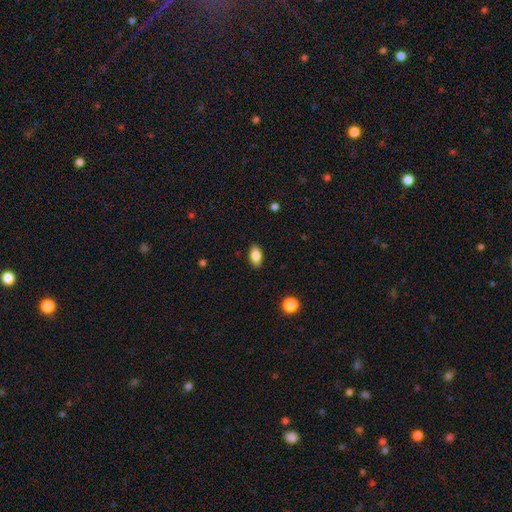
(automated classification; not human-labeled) Smooth or featured? smooth (81%)
How rounded? in between (90%)
Merging? none (88%)